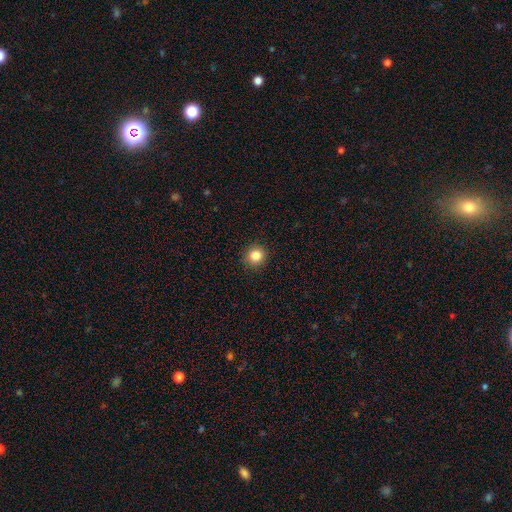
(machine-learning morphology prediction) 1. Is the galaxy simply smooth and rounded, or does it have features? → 84% smooth, 11% star or artifact, 5% featured or disk.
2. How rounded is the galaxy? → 92% round, 7% in between, 1% cigar-shaped.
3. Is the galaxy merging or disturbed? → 92% none, 5% minor disturbance, 2% major disturbance, 1% merger.